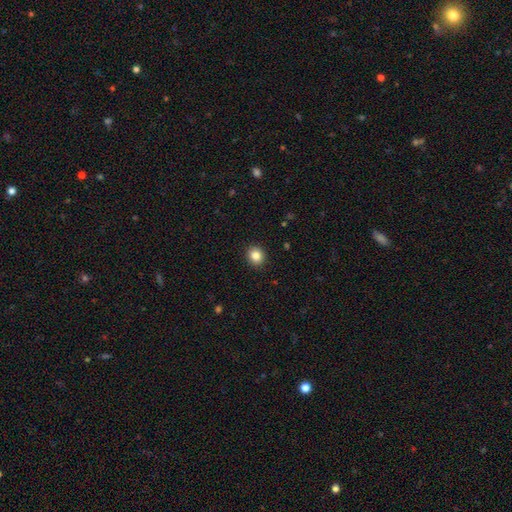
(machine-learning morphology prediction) This is clearly a smooth galaxy (85%). How rounded: clearly round (80%). Merging: clearly none (92%).